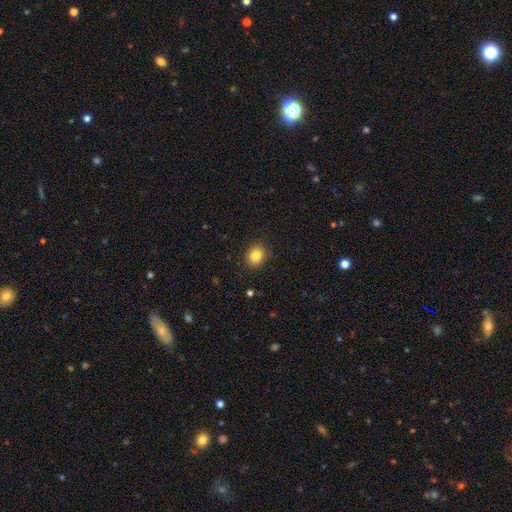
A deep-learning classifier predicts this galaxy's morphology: Smooth or featured?
  - smooth: 84% *
  - star or artifact: 10%
  - featured or disk: 6%
How rounded?
  - round: 62% *
  - in between: 37%
  - cigar-shaped: 1%
Merging?
  - none: 89% *
  - minor disturbance: 8%
  - major disturbance: 2%
  - merger: 1%